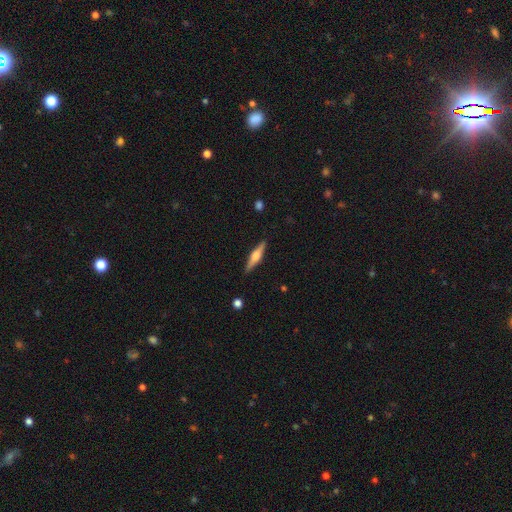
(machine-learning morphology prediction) Overall: featured or disk (62%; smooth 32%). Edge-on disk: yes (97%). Edge-on bulge: rounded (88%). Merging: none (89%).